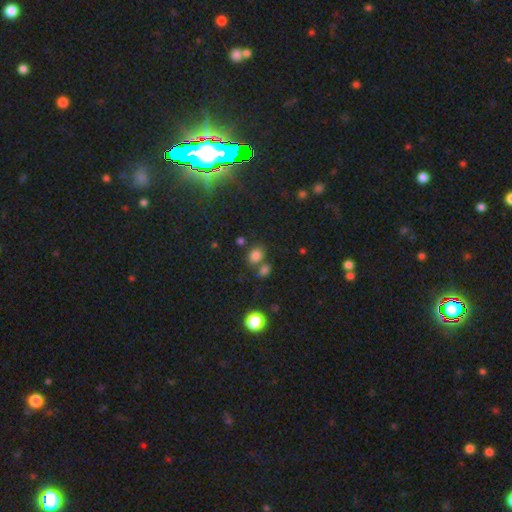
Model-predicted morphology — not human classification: The model was most divided on "how rounded": round: 50%, in between: 49%, cigar-shaped: 1%. More confident: smooth or featured — smooth (76%); merging — none (59%).